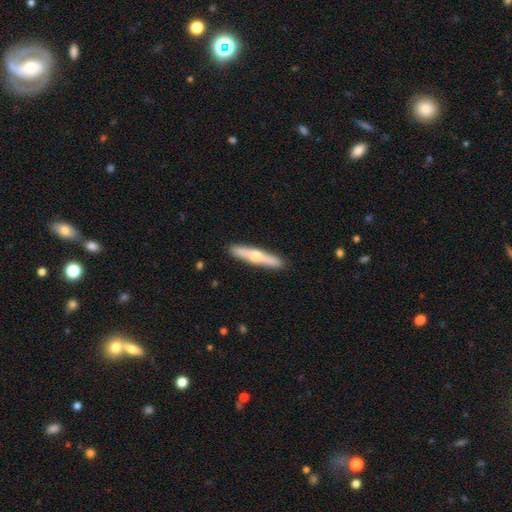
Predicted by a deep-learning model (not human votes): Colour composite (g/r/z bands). It shows a featured or disk galaxy (54%) viewed edge-on (94%) with a rounded central bulge (88%). Merging: none (90%).